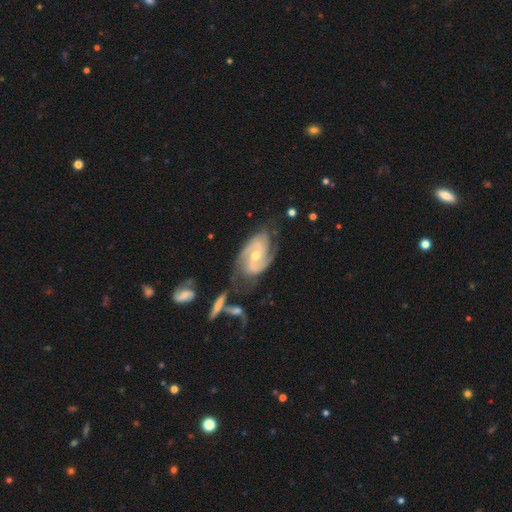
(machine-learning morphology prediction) The model was most divided on "spiral winding": tight: 44%, medium: 43%, loose: 13%. Remaining: spiral arms — yes (97%); edge-on disk — no (96%); smooth or featured — featured or disk (88%); spiral arm count — 2 (59%); merging — none (57%); bar — no (54%); bulge size — moderate (50%).